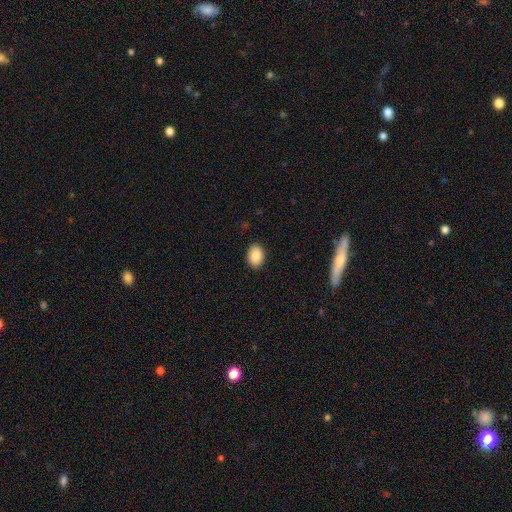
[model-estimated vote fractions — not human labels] This is clearly a smooth galaxy (87%). How rounded: likely in between (80%). Merging: clearly none (89%).